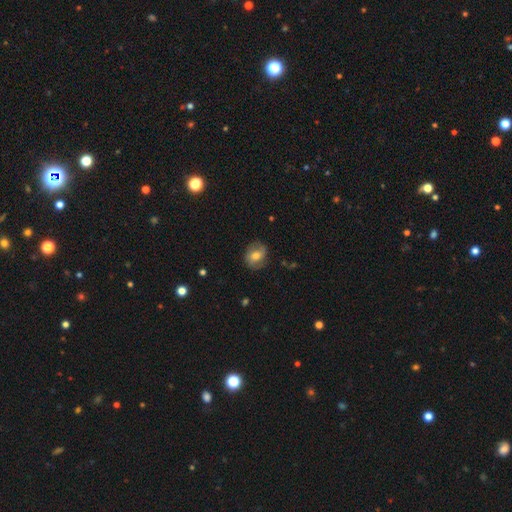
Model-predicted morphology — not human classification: smooth 46%, featured or disk 45%, star or artifact 9%. Down the decision tree: merging — none (78%).